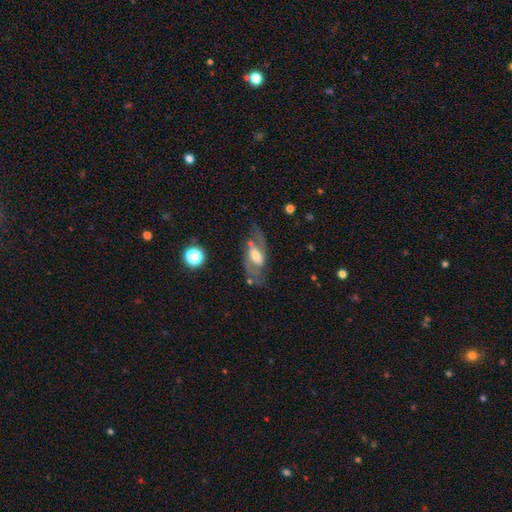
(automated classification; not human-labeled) A featured or disk galaxy (73%) with a weak bar (45%), 2 (84%) medium (49%) spiral arms (81%) and a moderate central bulge (57%).

Vote fractions:
- Smooth or featured? featured or disk: 73% / smooth: 20% / star or artifact: 7%
- Edge-on disk? no: 89% / yes: 11%
- Bar? weak: 45% / strong: 29% / no: 27%
- Spiral arms? yes: 81% / no: 19%
- Spiral winding? medium: 49% / loose: 33% / tight: 18%
- Spiral arm count? 2: 84% / can't tell: 9% / 1: 4% / 3: 1% / 4: 1% / more than 4: 1%
- Bulge size? moderate: 57% / large: 21% / small: 18% / none: 2% / dominant: 2%
- Merging? none: 64% / minor disturbance: 20% / major disturbance: 13% / merger: 4%